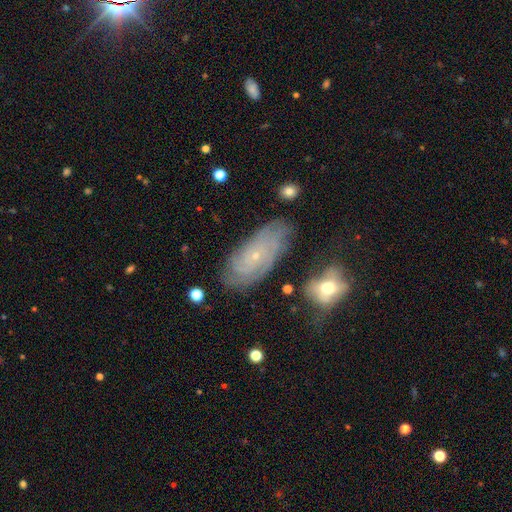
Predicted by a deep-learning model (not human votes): Morphology: type=featured or disk (75%); edge-on=no (92%); bar=no (79%); spiral arms=yes (92%); winding=tight (74%); arm count=can't tell (48%); bulge=small (85%); merging=none (75%).